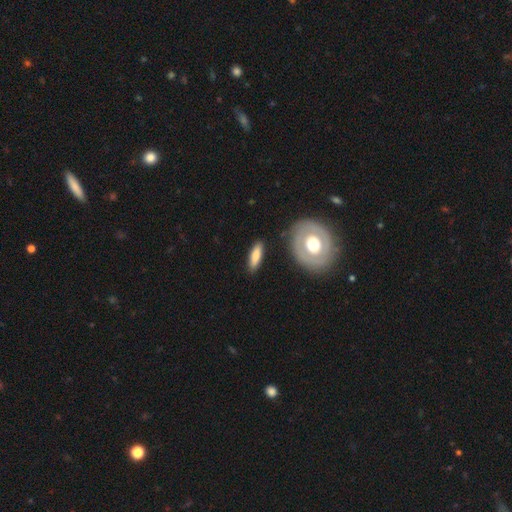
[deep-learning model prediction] smooth-or-featured: smooth: 69% | featured or disk: 25% | star or artifact: 6%
  how-rounded: cigar-shaped: 49% | in between: 47% | round: 4%
  merging: none: 86% | minor disturbance: 9% | merger: 3% | major disturbance: 2%